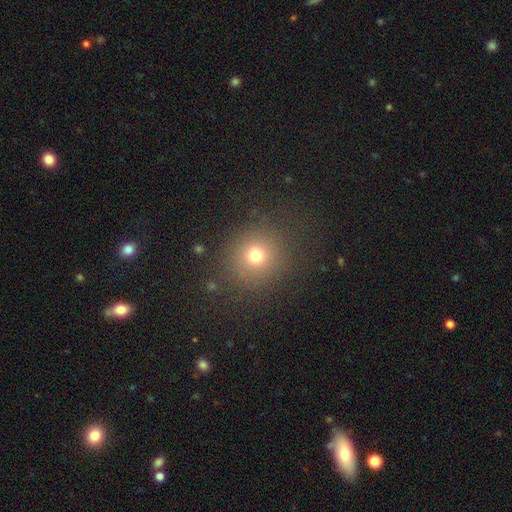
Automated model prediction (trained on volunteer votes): smooth-or-featured: smooth: 73% | star or artifact: 18% | featured or disk: 9%
  how-rounded: round: 89% | in between: 10% | cigar-shaped: 1%
  merging: none: 85% | minor disturbance: 9% | major disturbance: 5% | merger: 2%